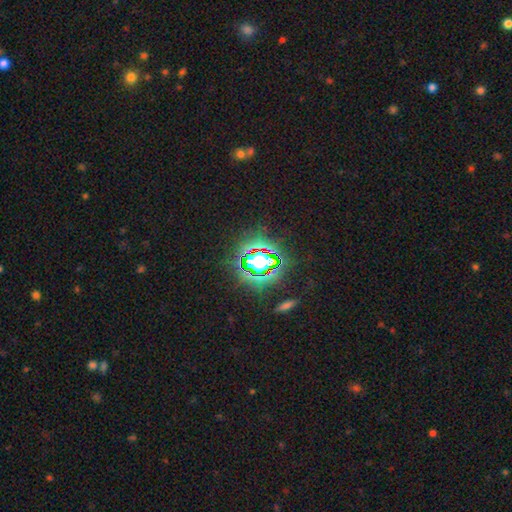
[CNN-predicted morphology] The model was most divided on "smooth or featured": star or artifact: 73%, smooth: 16%, featured or disk: 11%.